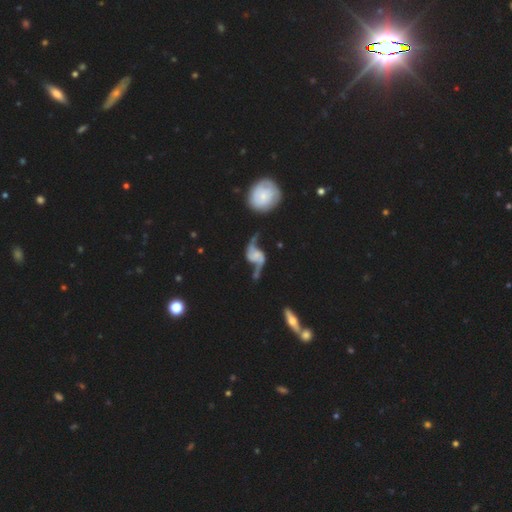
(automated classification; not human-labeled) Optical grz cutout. It shows a featured or disk galaxy (88%) with no bar (52%), 2 (93%) loose (83%) spiral arms (96%) and no central bulge (38%). Merging: none (50%).